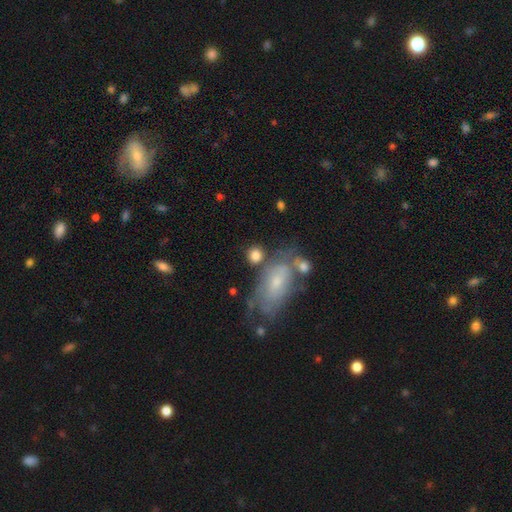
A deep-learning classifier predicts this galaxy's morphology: Smooth or featured? smooth (81%)
How rounded? round (74%)
Merging? none (63%)